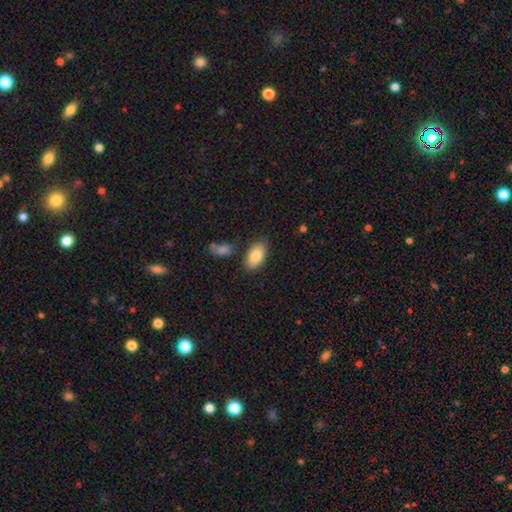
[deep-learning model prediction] Smooth or featured? smooth (85%)
How rounded? in between (94%)
Merging? none (81%)